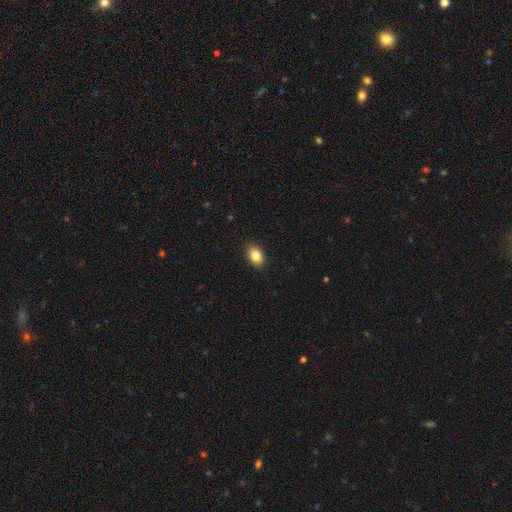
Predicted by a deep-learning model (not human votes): This appears to be a smooth galaxy with no disk features (86%) that is in between round and cigar-shaped (84%). Merging: none (89%).